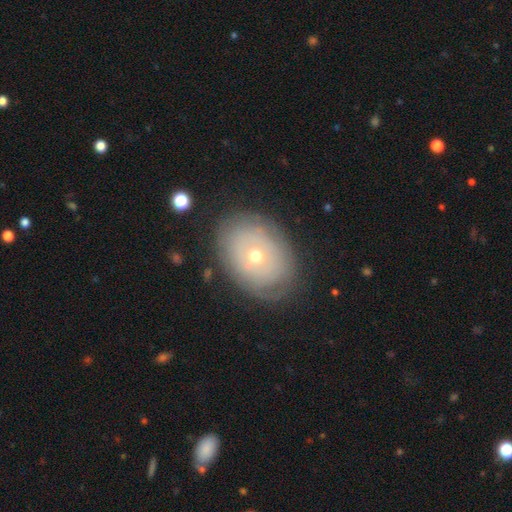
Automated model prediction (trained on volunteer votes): Smooth or featured? Predicted: featured or disk (p=0.58). Edge-on disk? Predicted: no (p=0.94). Bar? Predicted: no (p=0.90). Spiral arms? Predicted: no (p=0.56). Bulge size? Predicted: moderate (p=0.53). Merging? Predicted: none (p=0.78).